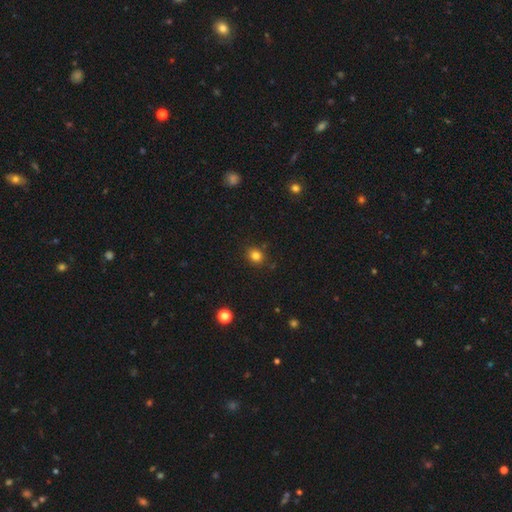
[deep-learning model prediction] Morphology: type=smooth (82%); roundness=round (77%); merging=none (86%).